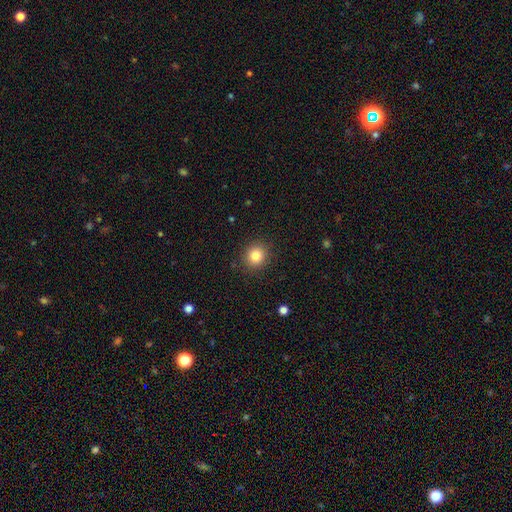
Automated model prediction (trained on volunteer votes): smooth-or-featured: smooth: 83% | star or artifact: 11% | featured or disk: 6%
  how-rounded: round: 89% | in between: 10% | cigar-shaped: 1%
  merging: none: 89% | minor disturbance: 7% | major disturbance: 3% | merger: 1%